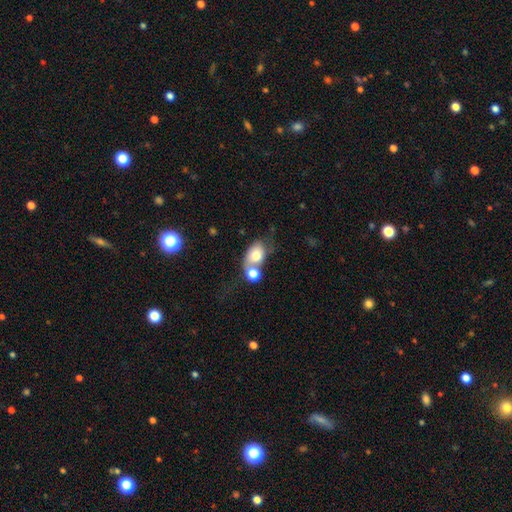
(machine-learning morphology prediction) type=smooth (73%); roundness=in between (74%); merging=merger (46%).